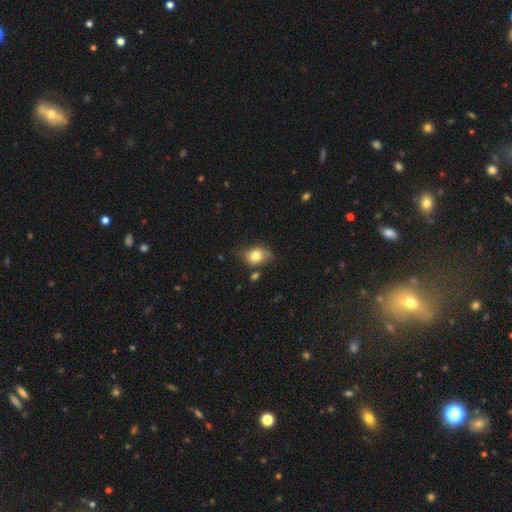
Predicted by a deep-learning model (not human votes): The model was most divided on "how rounded": in between: 66%, round: 33%, cigar-shaped: 1%. More confident: smooth or featured — smooth (77%); merging — none (61%).